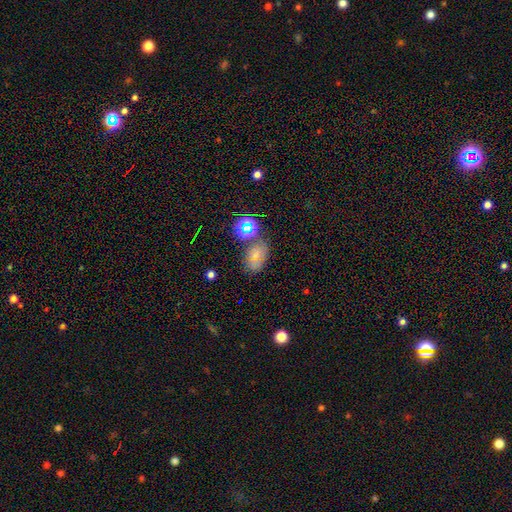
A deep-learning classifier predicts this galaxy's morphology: type=smooth (62%); roundness=in between (81%); merging=none (63%).